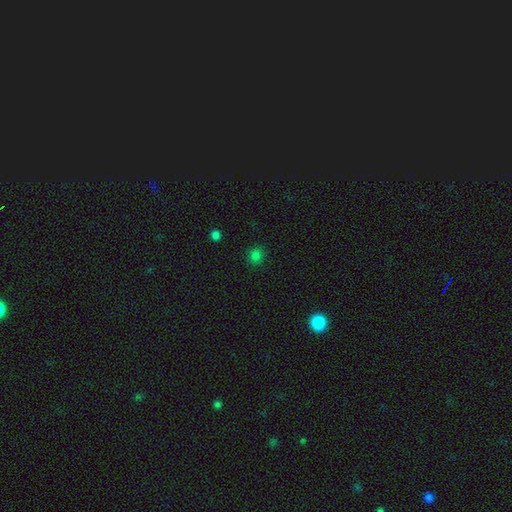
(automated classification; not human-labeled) Smooth or featured: smooth — 79% (star or artifact — 18%)
How rounded: round — 81% (in between — 18%)
Merging: none — 89% (minor disturbance — 7%)